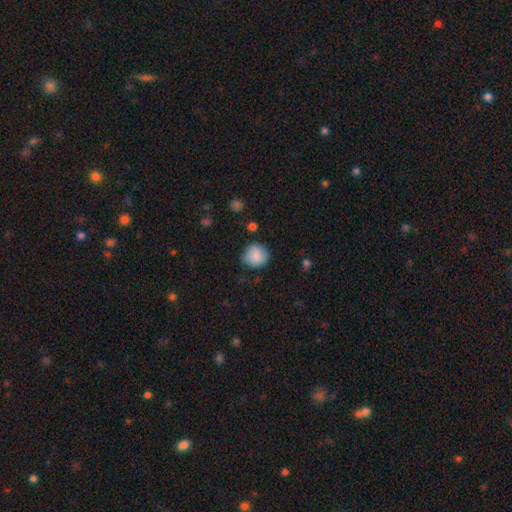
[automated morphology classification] Smooth or featured?
  - smooth: 83% *
  - featured or disk: 9%
  - star or artifact: 8%
How rounded?
  - round: 88% *
  - in between: 11%
  - cigar-shaped: 1%
Merging?
  - none: 72% *
  - minor disturbance: 21%
  - major disturbance: 5%
  - merger: 2%